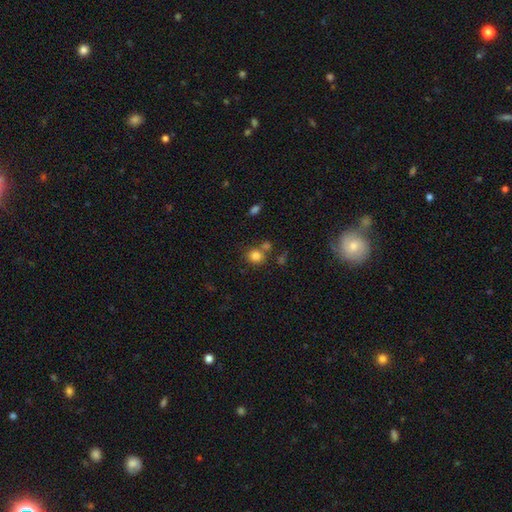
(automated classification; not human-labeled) Morphology: type=smooth (82%); roundness=round (82%); merging=none (65%).